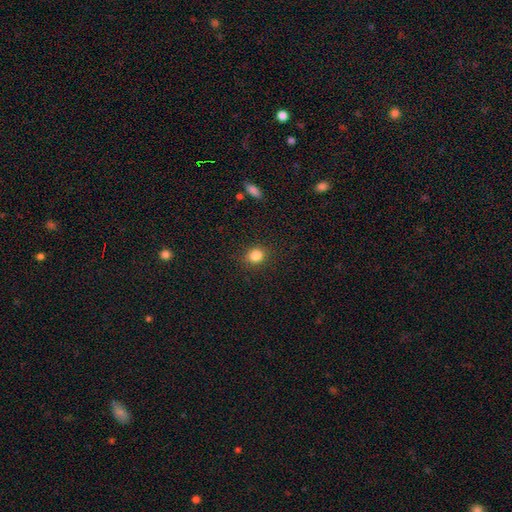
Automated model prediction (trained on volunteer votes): smooth 84%, star or artifact 11%, featured or disk 5%. Down the decision tree: how rounded — round (70%); merging — none (88%).